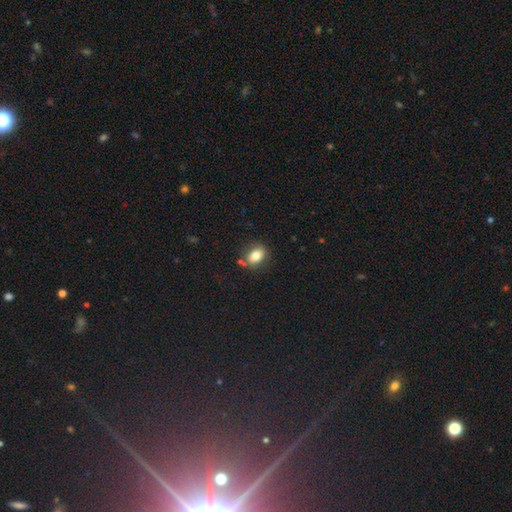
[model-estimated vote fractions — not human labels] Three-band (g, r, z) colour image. It shows a smooth galaxy with no disk features (79%) that is in between round and cigar-shaped (73%). Merging: none (73%).